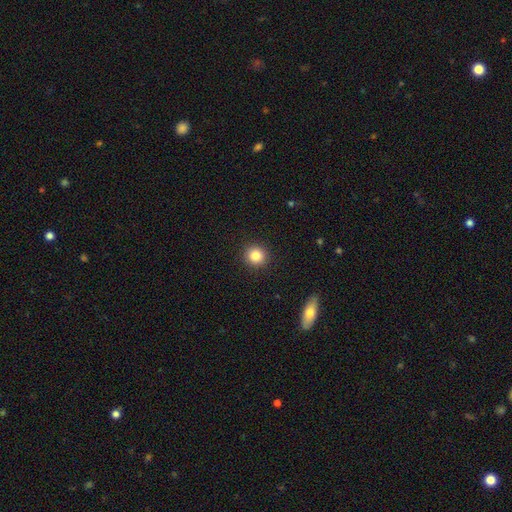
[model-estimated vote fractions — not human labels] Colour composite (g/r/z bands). It shows a smooth galaxy with no disk features (83%) that is round (92%). Merging: none (92%).